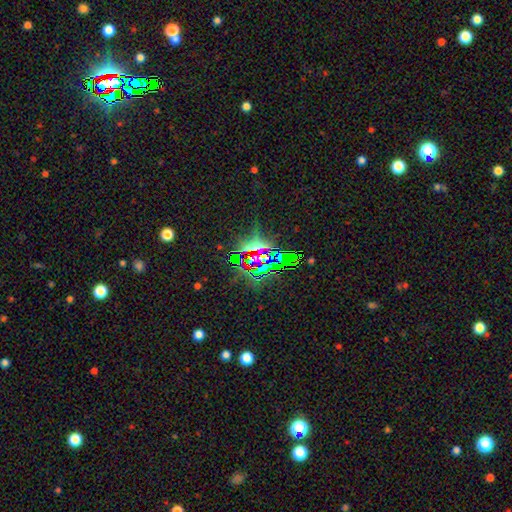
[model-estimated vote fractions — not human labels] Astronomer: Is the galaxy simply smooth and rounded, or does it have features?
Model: star or artifact — 77%.